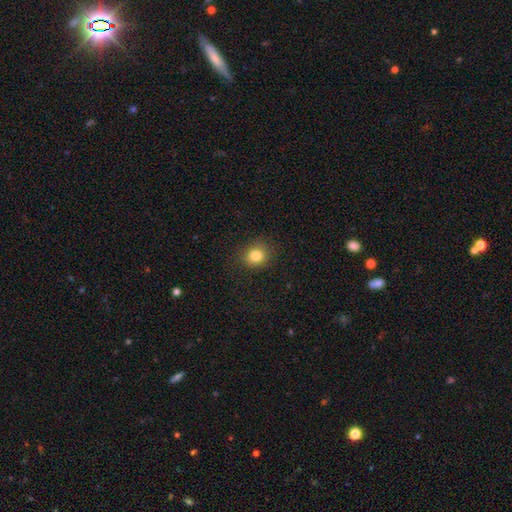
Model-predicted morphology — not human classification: The model was most divided on "how rounded": round: 75%, in between: 24%, cigar-shaped: 1%. More confident: merging — none (84%); smooth or featured — smooth (83%).